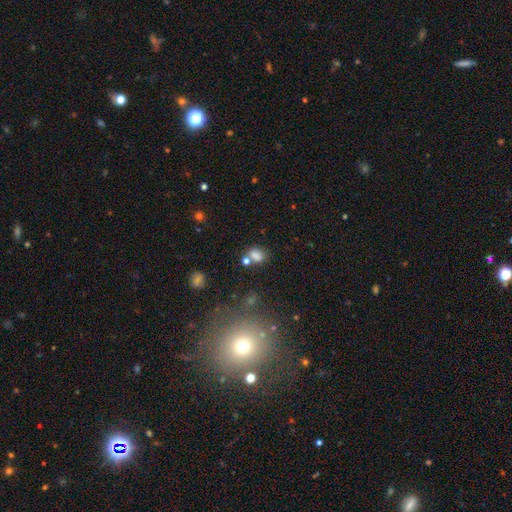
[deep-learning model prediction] Q: Smooth or featured?
A: smooth (75%); runner-up: star or artifact (15%)
Q: How rounded?
A: in between (65%); runner-up: round (33%)
Q: Merging?
A: none (52%); runner-up: merger (27%)